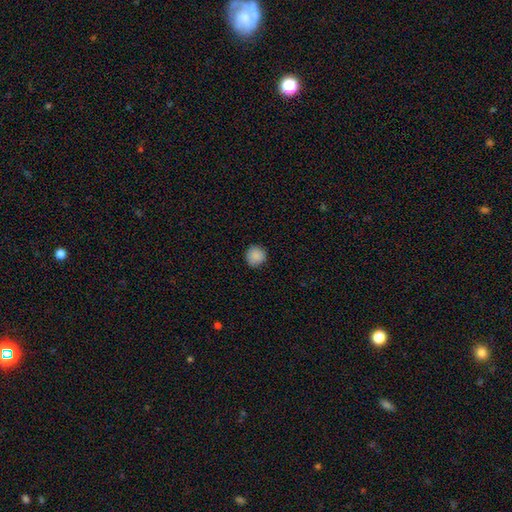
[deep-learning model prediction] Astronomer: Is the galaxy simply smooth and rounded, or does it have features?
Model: smooth — 88%.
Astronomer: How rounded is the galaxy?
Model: round — 94%.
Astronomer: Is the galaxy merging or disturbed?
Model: none — 90%.